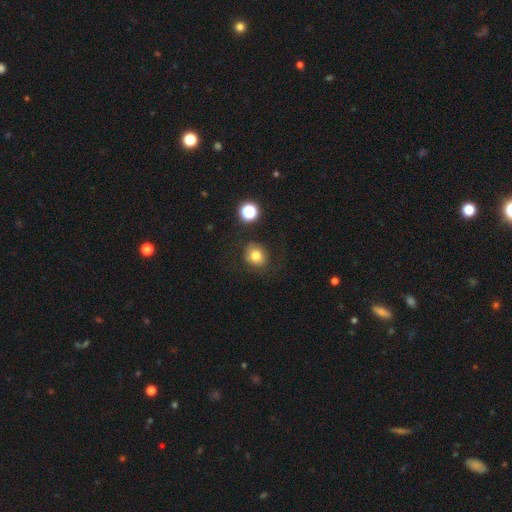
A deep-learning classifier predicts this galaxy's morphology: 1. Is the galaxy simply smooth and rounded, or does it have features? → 77% smooth, 13% star or artifact, 10% featured or disk.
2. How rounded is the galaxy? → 75% round, 24% in between, 1% cigar-shaped.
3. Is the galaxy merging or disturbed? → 76% none, 15% minor disturbance, 6% major disturbance, 3% merger.